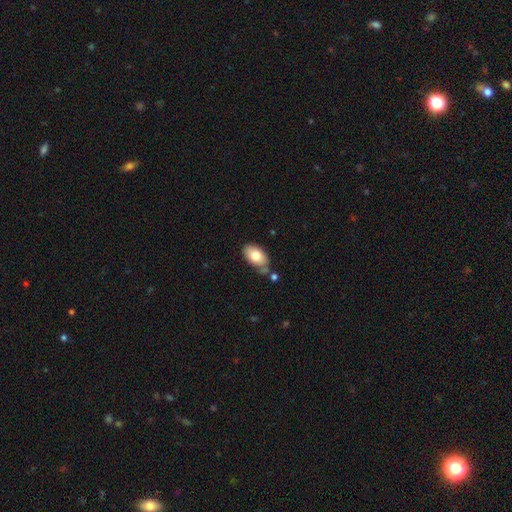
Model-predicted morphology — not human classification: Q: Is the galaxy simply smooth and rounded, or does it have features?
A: smooth — 78%.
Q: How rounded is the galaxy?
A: in between — 92%.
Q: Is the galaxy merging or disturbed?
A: none — 61%.